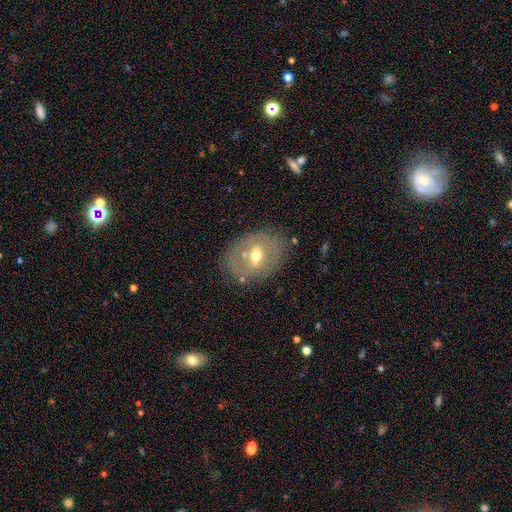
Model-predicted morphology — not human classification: A featured or disk galaxy (52%). Merging: none (71%).